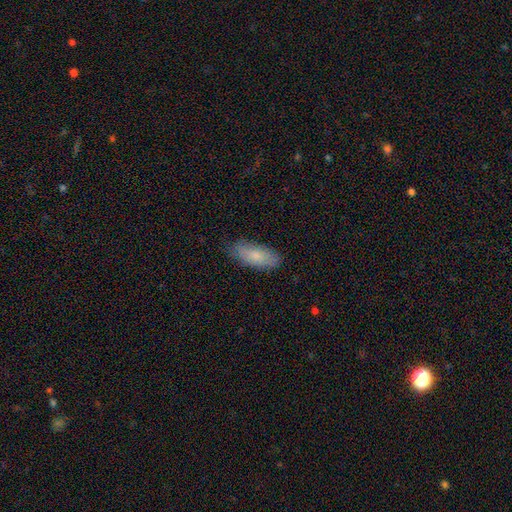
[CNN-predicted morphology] Smooth or featured?
  - smooth: 78% *
  - featured or disk: 16%
  - star or artifact: 6%
How rounded?
  - in between: 78% *
  - cigar-shaped: 20%
  - round: 2%
Merging?
  - none: 78% *
  - minor disturbance: 18%
  - major disturbance: 3%
  - merger: 1%